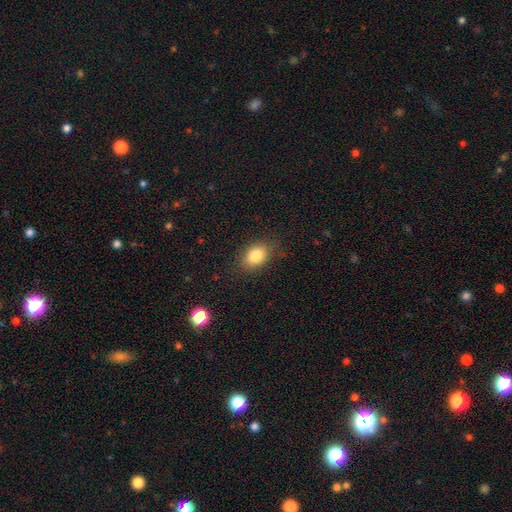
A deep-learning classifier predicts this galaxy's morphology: A smooth galaxy with no disk features (82%) that is in between round and cigar-shaped (73%). Merging: none (82%).